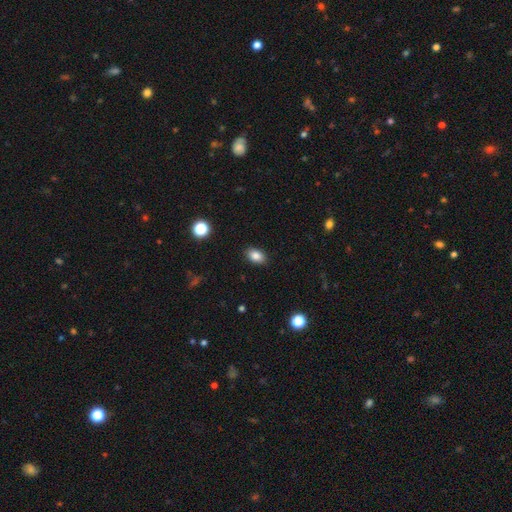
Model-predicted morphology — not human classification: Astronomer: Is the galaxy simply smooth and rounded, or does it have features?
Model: smooth — 85%.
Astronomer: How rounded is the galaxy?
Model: in between — 86%.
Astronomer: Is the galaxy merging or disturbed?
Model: none — 88%.